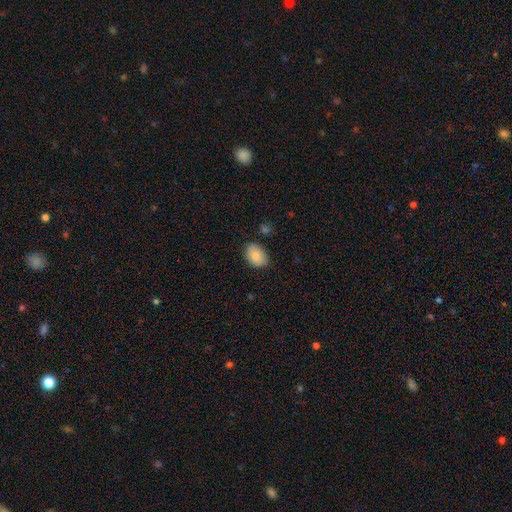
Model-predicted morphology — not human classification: smooth-or-featured: smooth: 84% | featured or disk: 9% | star or artifact: 7%
  how-rounded: in between: 83% | round: 16% | cigar-shaped: 1%
  merging: none: 78% | minor disturbance: 17% | major disturbance: 3% | merger: 2%